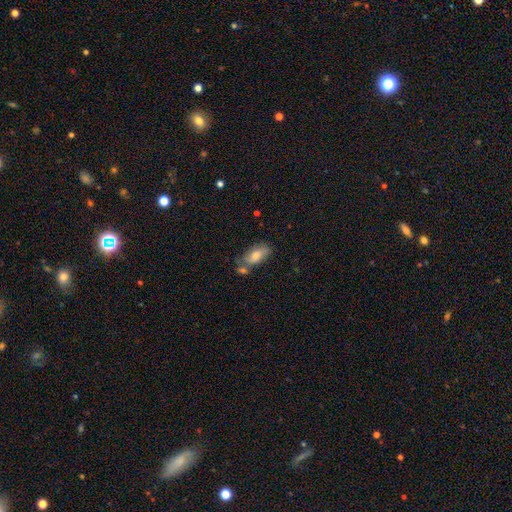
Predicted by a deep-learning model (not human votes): A smooth galaxy with no disk features (72%) that is in between round and cigar-shaped (87%). Merging: none (53%).